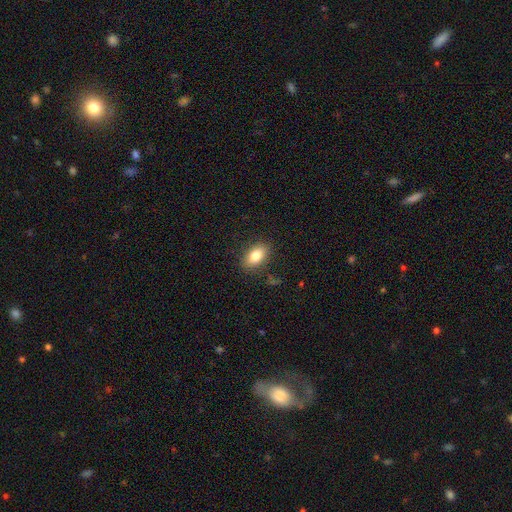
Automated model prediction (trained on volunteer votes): Morphology: type=smooth (81%); roundness=in between (88%); merging=none (86%).